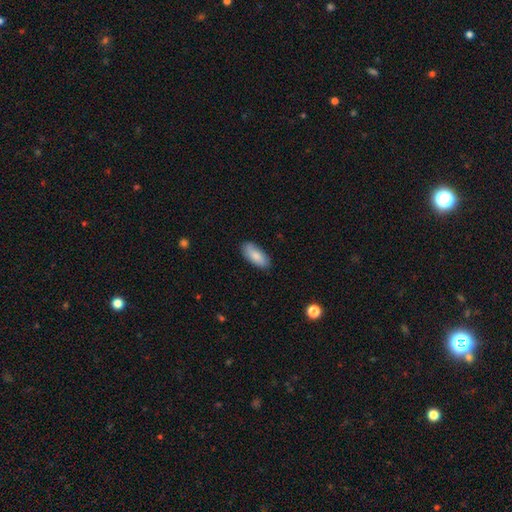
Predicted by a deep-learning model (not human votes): Smooth or featured: smooth — 83% (featured or disk — 11%)
How rounded: in between — 86% (cigar-shaped — 13%)
Merging: none — 84% (minor disturbance — 12%)